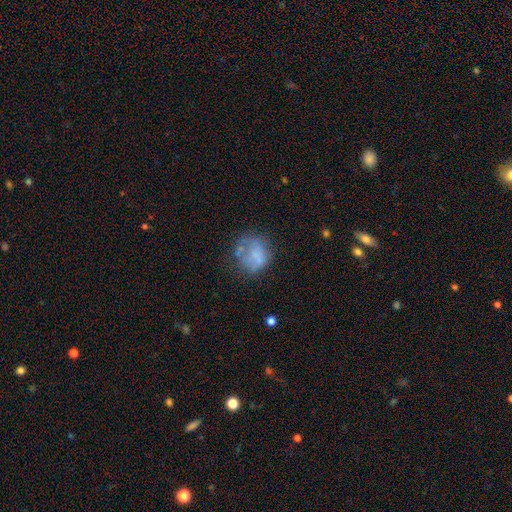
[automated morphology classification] A smooth galaxy with no disk features (53%) that is round (74%). Merging: none (48%).